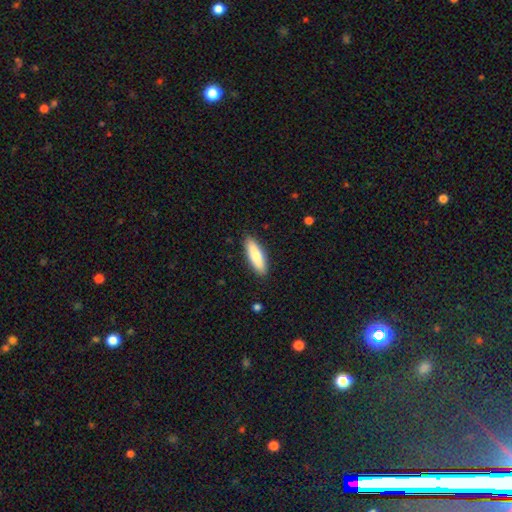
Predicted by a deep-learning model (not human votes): Smooth or featured? Predicted: smooth (p=0.78). How rounded? Predicted: cigar-shaped (p=0.55). Merging? Predicted: none (p=0.89).